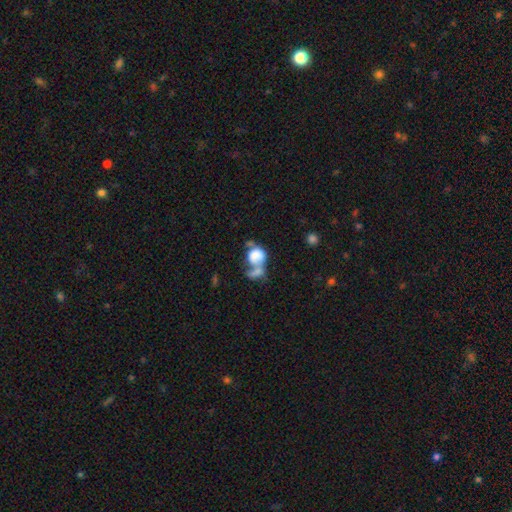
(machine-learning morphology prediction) Q: Smooth or featured?
A: smooth (68%); runner-up: featured or disk (24%)
Q: How rounded?
A: in between (54%); runner-up: round (45%)
Q: Merging?
A: merger (62%); runner-up: major disturbance (16%)